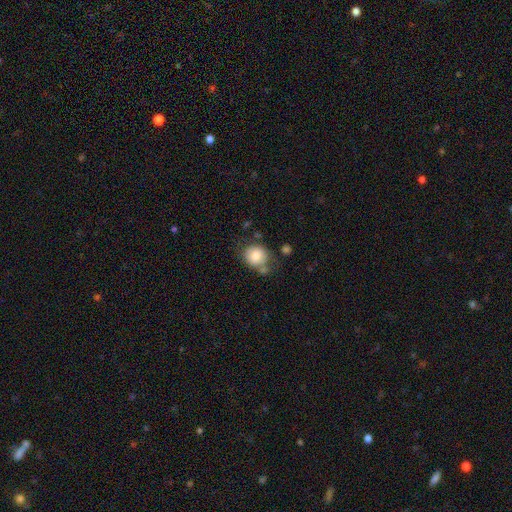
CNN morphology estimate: This appears to be a smooth galaxy with no disk features (77%) that is round (78%). Merging: none (56%).